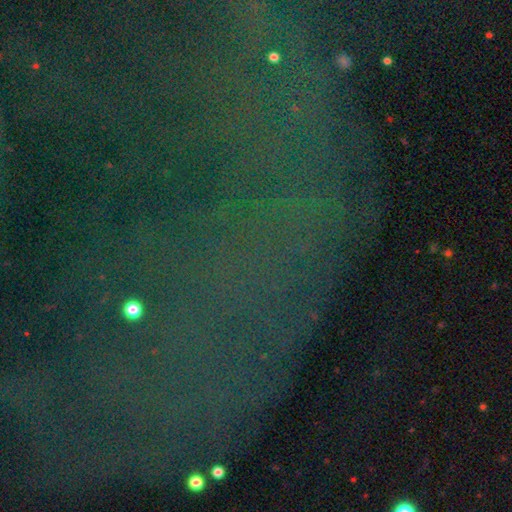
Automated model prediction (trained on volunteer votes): Smooth or featured: star or artifact — 80% (featured or disk — 10%)